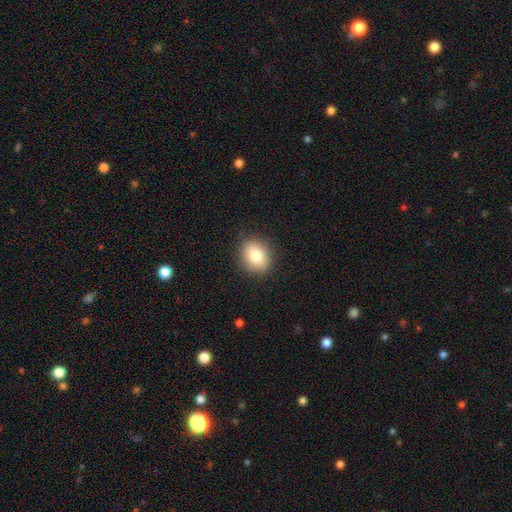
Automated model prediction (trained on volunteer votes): This appears to be a smooth galaxy with no disk features (83%) that is round (55%). Merging: none (88%).